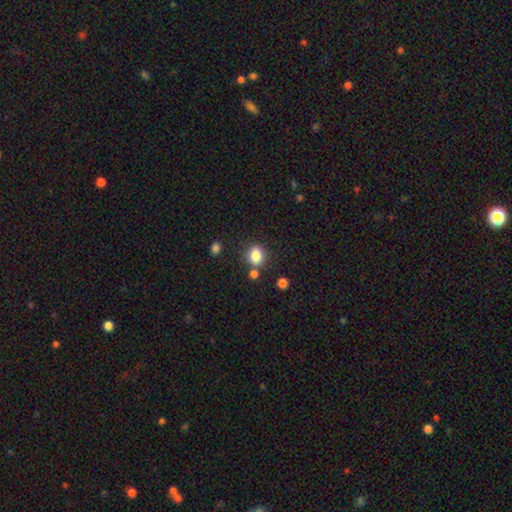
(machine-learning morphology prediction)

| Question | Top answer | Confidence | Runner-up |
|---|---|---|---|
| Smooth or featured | smooth | 83% | star or artifact (11%) |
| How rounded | round | 54% | in between (45%) |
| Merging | none | 71% | minor disturbance (13%) |